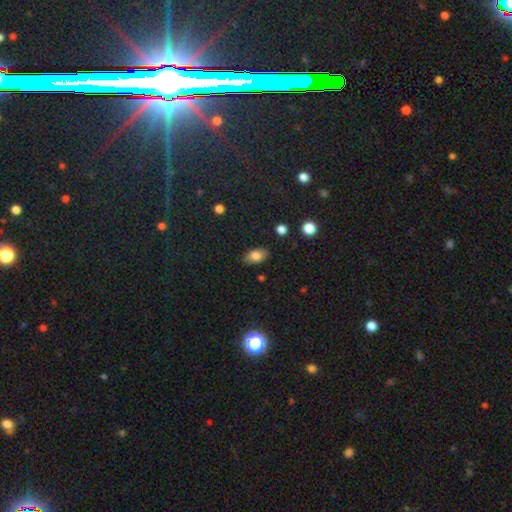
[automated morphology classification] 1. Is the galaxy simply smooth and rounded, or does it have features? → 78% smooth, 13% featured or disk, 9% star or artifact.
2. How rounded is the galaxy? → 90% in between, 7% round, 3% cigar-shaped.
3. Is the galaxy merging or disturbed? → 84% none, 12% minor disturbance, 3% major disturbance, 1% merger.